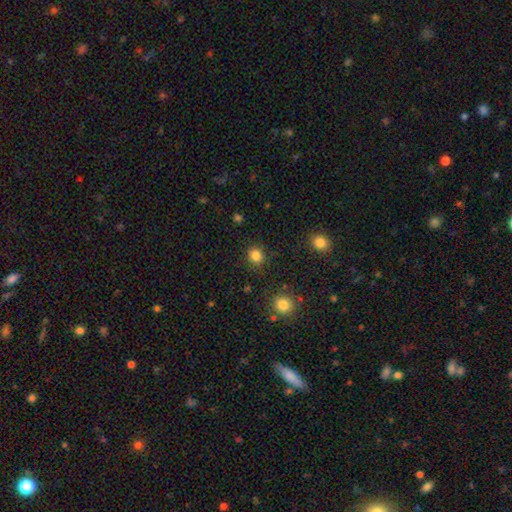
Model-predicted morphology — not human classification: smooth 84%, star or artifact 12%, featured or disk 4%. Down the decision tree: how rounded — round (77%); merging — none (86%).